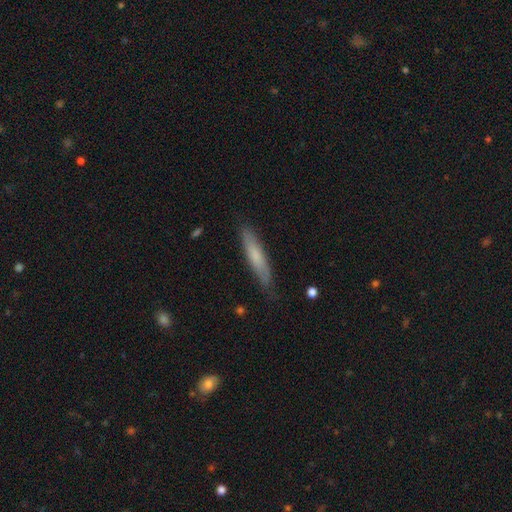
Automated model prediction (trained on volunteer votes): A smooth galaxy with no disk features (67%) that is cigar-shaped (87%).

Vote fractions:
- Smooth or featured? smooth: 67% / featured or disk: 27% / star or artifact: 6%
- How rounded? cigar-shaped: 87% / in between: 11% / round: 1%
- Merging? none: 81% / minor disturbance: 16% / major disturbance: 3% / merger: 1%